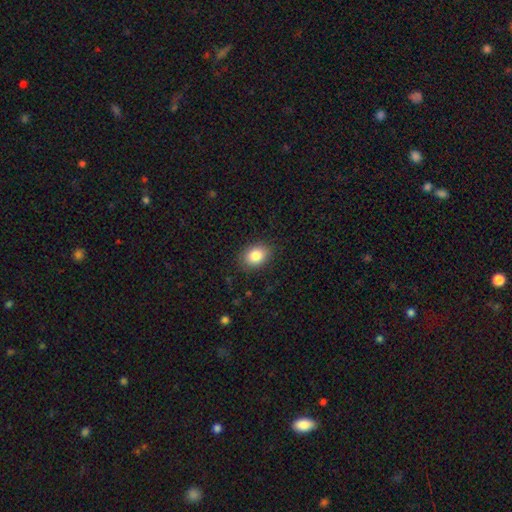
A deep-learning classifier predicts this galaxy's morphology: Smooth or featured? smooth (85%)
How rounded? in between (70%)
Merging? none (87%)